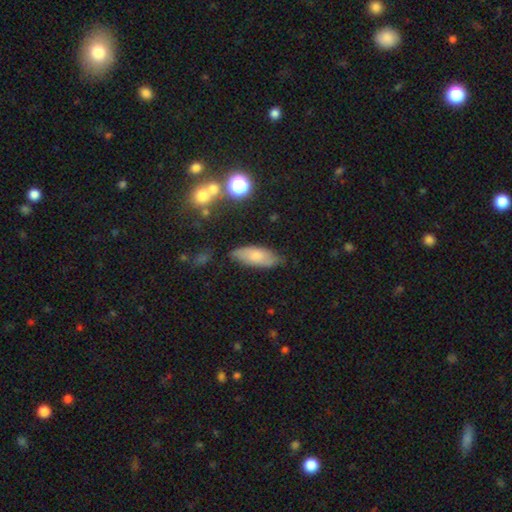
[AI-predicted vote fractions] Smooth or featured? smooth (68%)
How rounded? in between (76%)
Merging? none (72%)